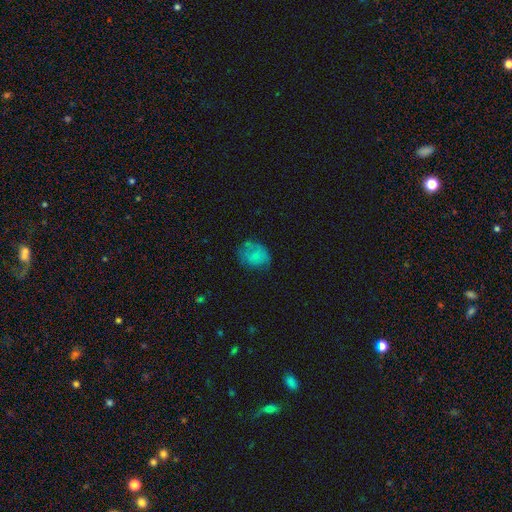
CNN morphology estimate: The model was most divided on "how rounded": round: 57%, in between: 42%, cigar-shaped: 1%. More confident: smooth or featured — smooth (70%); merging — none (54%).